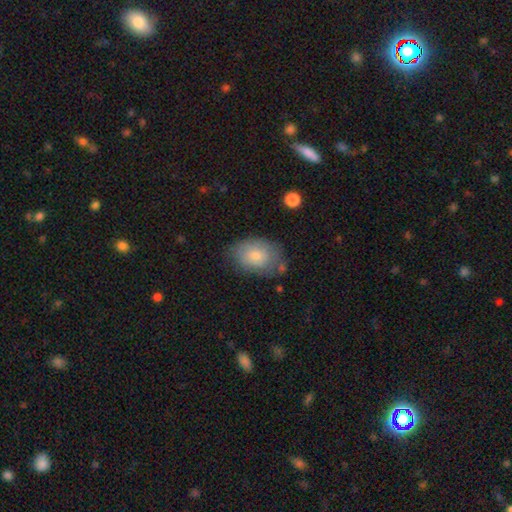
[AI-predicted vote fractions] smooth 76%, featured or disk 17%, star or artifact 7%. Down the decision tree: how rounded — in between (81%); merging — none (62%).